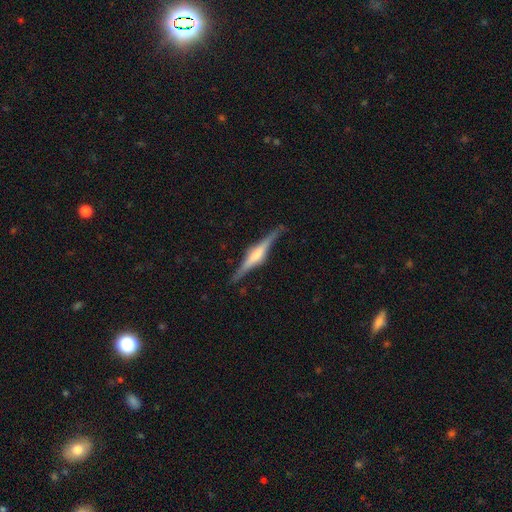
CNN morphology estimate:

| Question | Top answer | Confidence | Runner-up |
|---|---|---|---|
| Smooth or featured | featured or disk | 77% | smooth (18%) |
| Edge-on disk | yes | 97% | no (3%) |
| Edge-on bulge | rounded | 69% | boxy (24%) |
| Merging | none | 85% | minor disturbance (11%) |